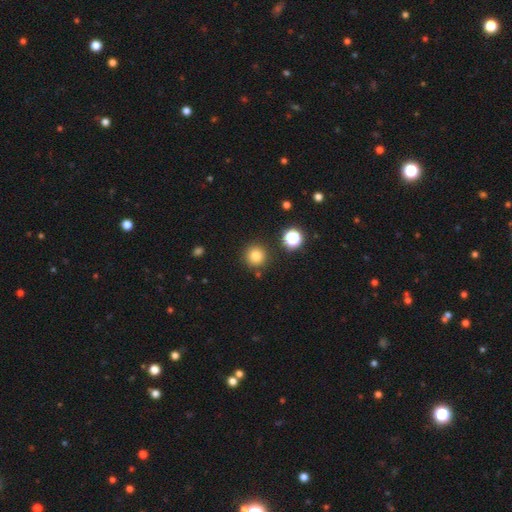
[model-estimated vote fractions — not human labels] Smooth or featured? Predicted: smooth (p=0.81). How rounded? Predicted: round (p=0.95). Merging? Predicted: none (p=0.86).